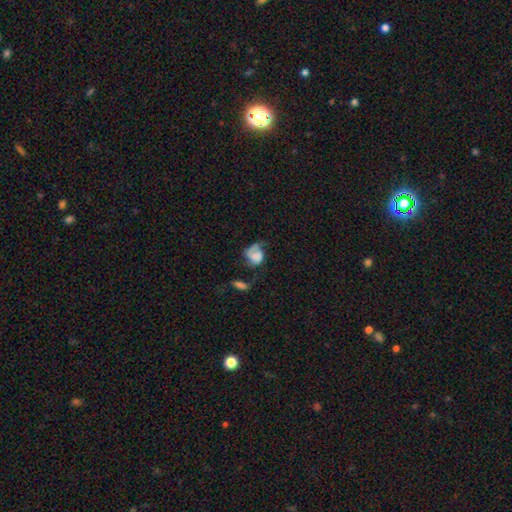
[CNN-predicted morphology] A smooth galaxy with no disk features (46%).

Vote fractions:
- Smooth or featured? smooth: 46% / featured or disk: 44% / star or artifact: 10%
- Merging? major disturbance: 37% / none: 27% / minor disturbance: 21% / merger: 15%